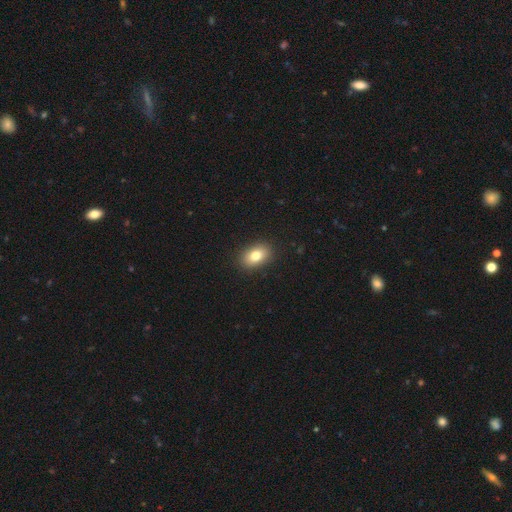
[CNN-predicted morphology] A smooth galaxy with no disk features (81%) that is in between round and cigar-shaped (85%).

Vote fractions:
- Smooth or featured? smooth: 81% / featured or disk: 10% / star or artifact: 9%
- How rounded? in between: 85% / round: 13% / cigar-shaped: 2%
- Merging? none: 90% / minor disturbance: 7% / major disturbance: 2% / merger: 1%